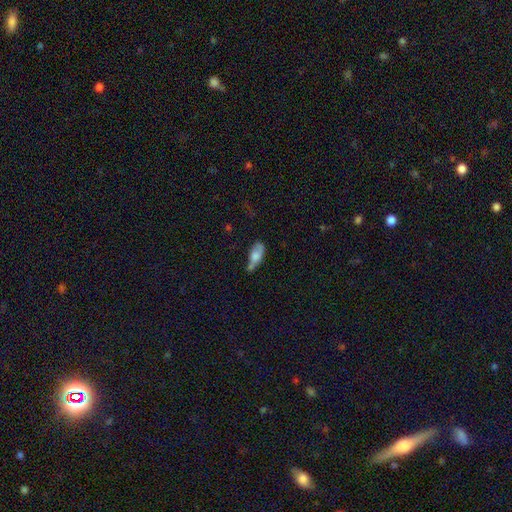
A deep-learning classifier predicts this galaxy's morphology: This appears to be a smooth galaxy with no disk features (69%) that is in between round and cigar-shaped (78%). Merging: minor disturbance (33%).